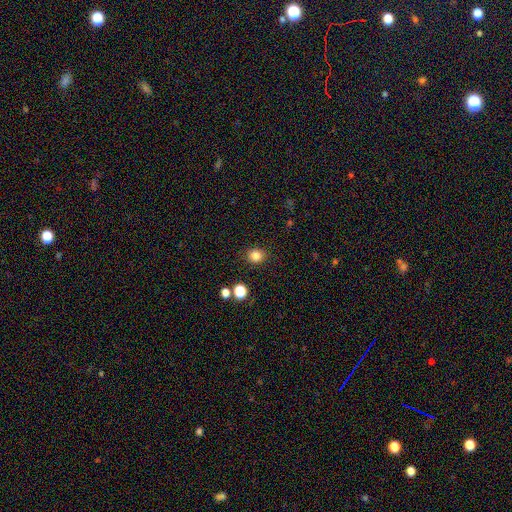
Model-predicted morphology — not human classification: Smooth or featured?
  - smooth: 83% *
  - star or artifact: 13%
  - featured or disk: 5%
How rounded?
  - round: 76% *
  - in between: 23%
  - cigar-shaped: 1%
Merging?
  - none: 88% *
  - minor disturbance: 8%
  - major disturbance: 2%
  - merger: 2%